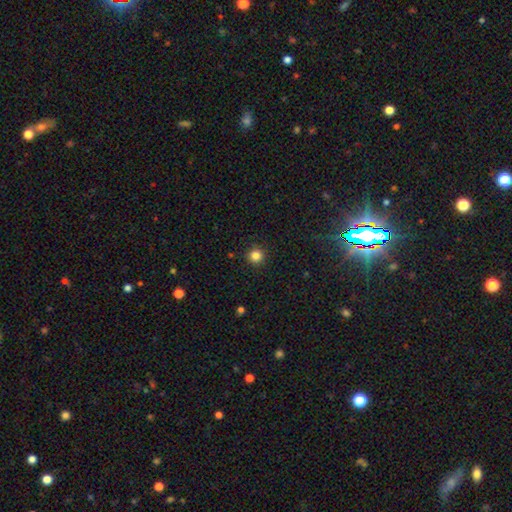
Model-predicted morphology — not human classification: Overall: smooth (84%). How rounded: round (95%). Merging: none (92%).